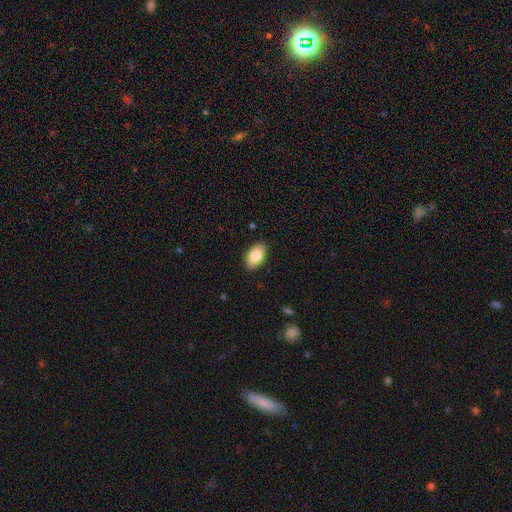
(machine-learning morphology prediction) The model was most divided on "smooth or featured": smooth: 85%, featured or disk: 9%, star or artifact: 7%. More confident: how rounded — in between (94%); merging — none (88%).